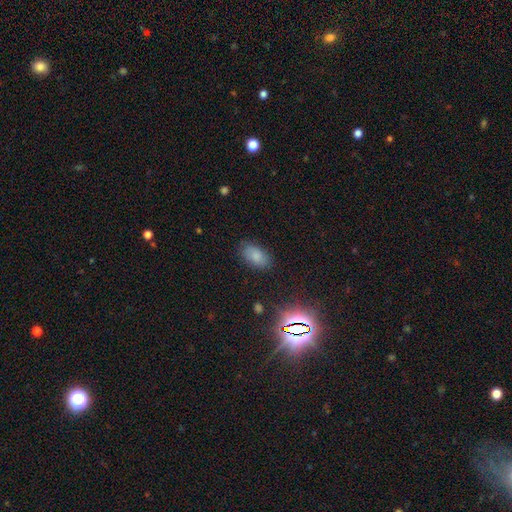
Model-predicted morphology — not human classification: smooth_or_featured: smooth (p=0.80) [alt: star or artifact p=0.12]
how_rounded: in between (p=0.92) [alt: round p=0.06]
merging: none (p=0.82) [alt: minor disturbance p=0.13]